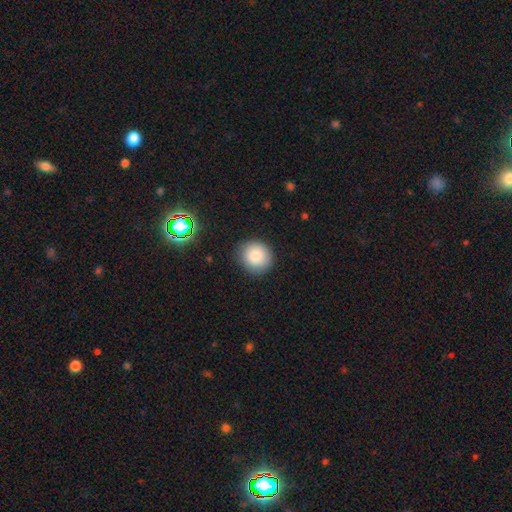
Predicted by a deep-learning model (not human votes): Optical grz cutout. It shows a smooth galaxy with no disk features (84%) that is round (91%). Merging: none (89%).